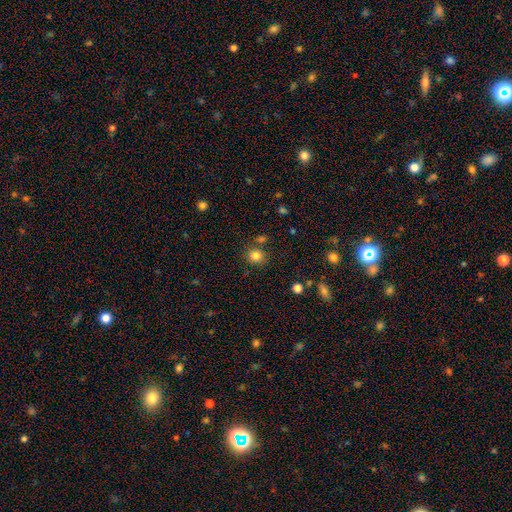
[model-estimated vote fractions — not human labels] Overall: smooth (83%). How rounded: round (84%). Merging: none (79%).